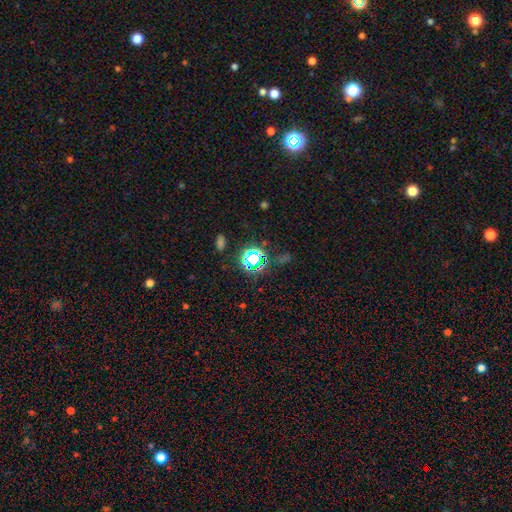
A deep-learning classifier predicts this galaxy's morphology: Smooth or featured? star or artifact (64%)